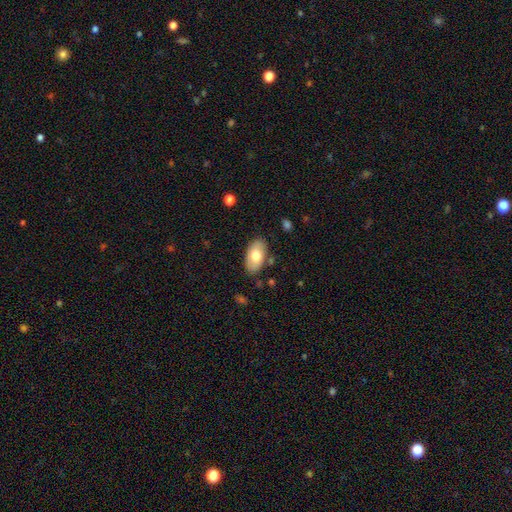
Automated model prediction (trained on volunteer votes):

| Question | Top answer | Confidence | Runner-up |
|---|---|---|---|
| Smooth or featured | smooth | 71% | featured or disk (23%) |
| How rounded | in between | 94% | round (4%) |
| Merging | none | 81% | minor disturbance (13%) |